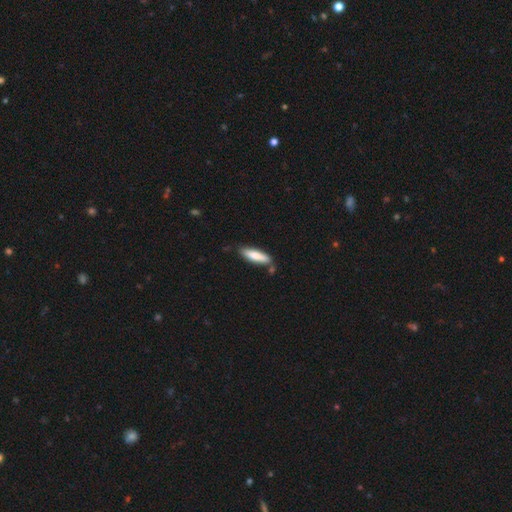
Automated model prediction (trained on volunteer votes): Overall: smooth (78%). How rounded: cigar-shaped (63%; in between 35%). Merging: none (76%).